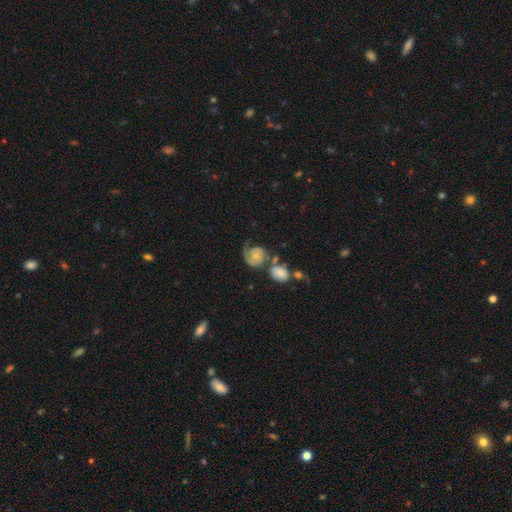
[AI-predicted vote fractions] featured or disk 75%, smooth 18%, star or artifact 6%. Down the decision tree: edge-on disk — no (98%); bar — no (77%); spiral arms — yes (94%); spiral arm count — 1 (43%, tied with 2); spiral winding — tight (53%); bulge size — moderate (48%); merging — none (43%).